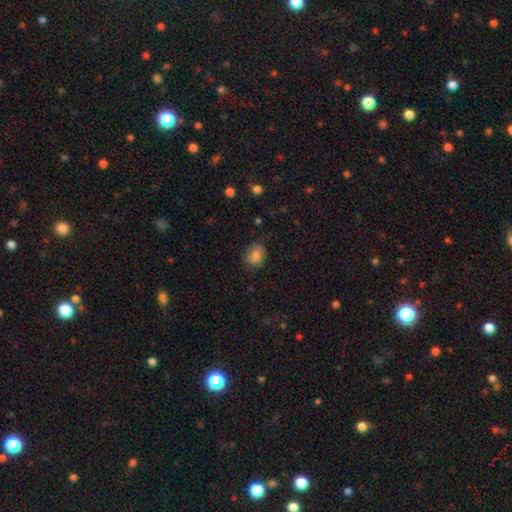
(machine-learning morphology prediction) smooth-or-featured: smooth: 80% | featured or disk: 12% | star or artifact: 9%
  how-rounded: in between: 54% | round: 45% | cigar-shaped: 1%
  merging: none: 72% | minor disturbance: 22% | major disturbance: 6% | merger: 1%